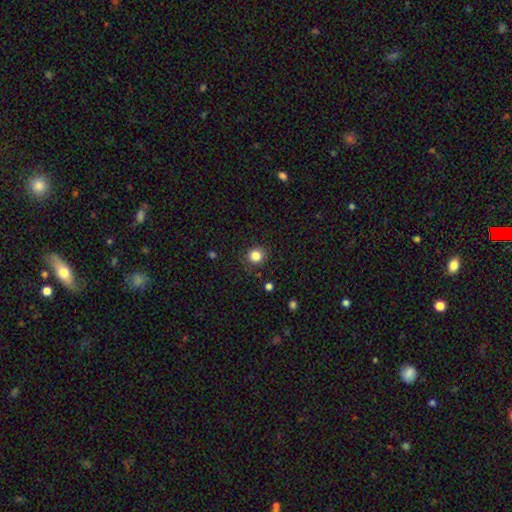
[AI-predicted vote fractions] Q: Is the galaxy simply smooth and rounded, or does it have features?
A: smooth — 84%.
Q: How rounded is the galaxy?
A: round — 91%.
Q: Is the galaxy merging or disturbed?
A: none — 89%.